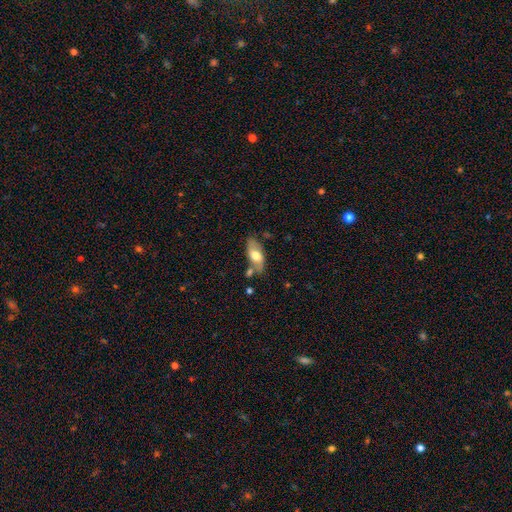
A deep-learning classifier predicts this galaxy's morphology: Smooth or featured? smooth (56%)
How rounded? in between (87%)
Merging? none (63%)